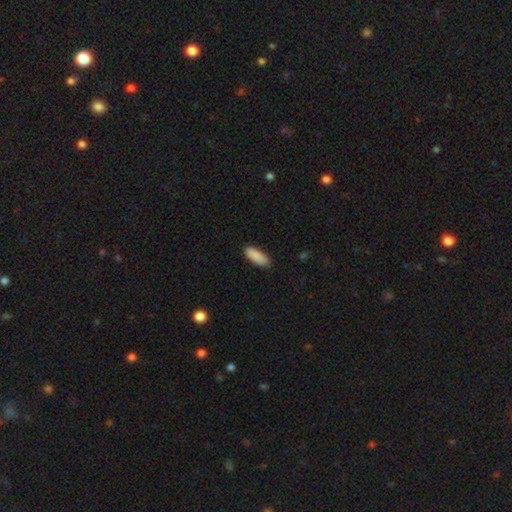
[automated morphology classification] Smooth or featured?
  - smooth: 90% *
  - star or artifact: 6%
  - featured or disk: 4%
How rounded?
  - in between: 71% *
  - cigar-shaped: 27%
  - round: 2%
Merging?
  - none: 86% *
  - minor disturbance: 11%
  - major disturbance: 2%
  - merger: 1%